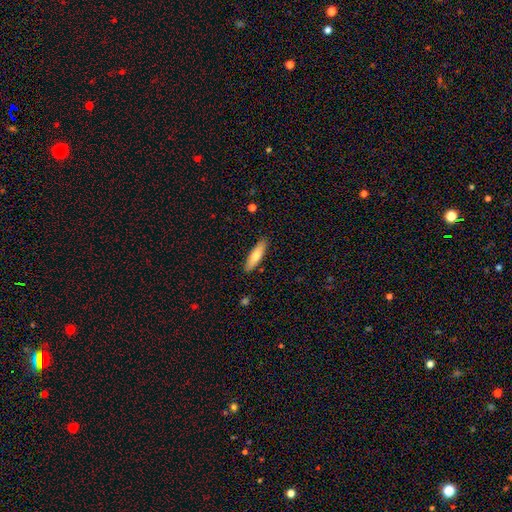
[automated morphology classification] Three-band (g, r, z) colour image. It shows a smooth galaxy with no disk features (73%) that is cigar-shaped (71%). Merging: none (89%).